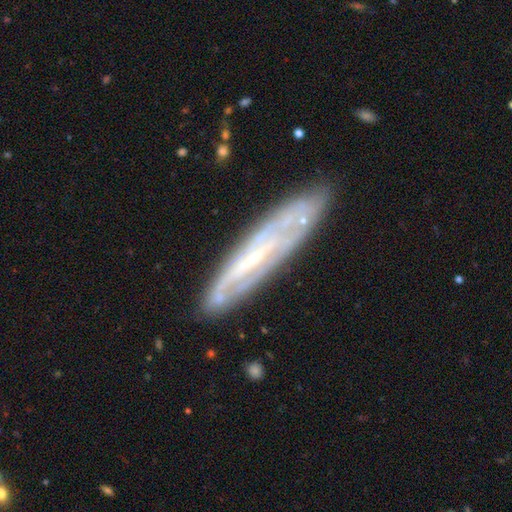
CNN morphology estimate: Smooth or featured? Predicted: featured or disk (p=0.68). Edge-on disk? Predicted: yes (p=0.51). Merging? Predicted: none (p=0.77).